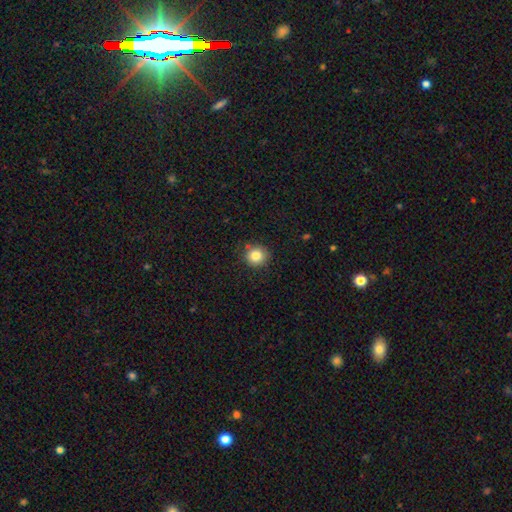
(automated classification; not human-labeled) Q: Smooth or featured?
A: smooth (83%); runner-up: star or artifact (11%)
Q: How rounded?
A: round (90%); runner-up: in between (9%)
Q: Merging?
A: none (85%); runner-up: minor disturbance (10%)